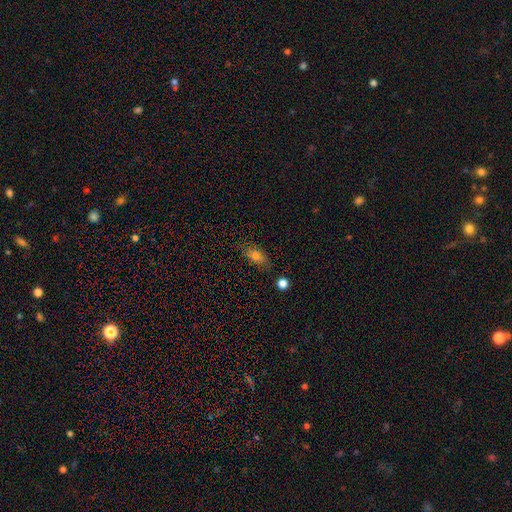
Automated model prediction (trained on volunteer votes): smooth_or_featured: smooth (p=0.74) [alt: featured or disk p=0.15]
how_rounded: in between (p=0.82) [alt: cigar-shaped p=0.09]
merging: none (p=0.78) [alt: minor disturbance p=0.16]